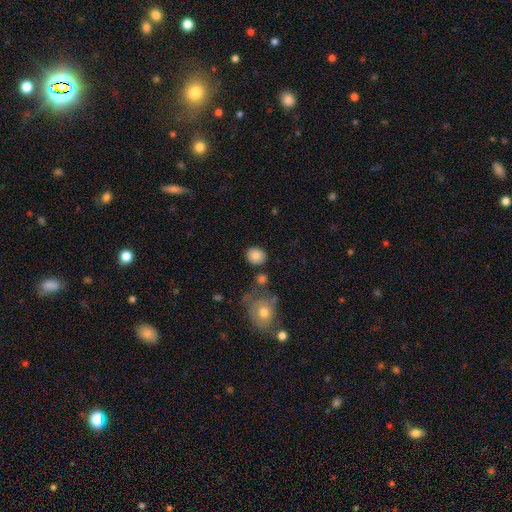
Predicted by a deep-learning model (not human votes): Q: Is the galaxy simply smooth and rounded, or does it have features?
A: smooth — 83%.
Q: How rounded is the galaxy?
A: round — 75%.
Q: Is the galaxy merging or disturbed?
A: none — 79%.